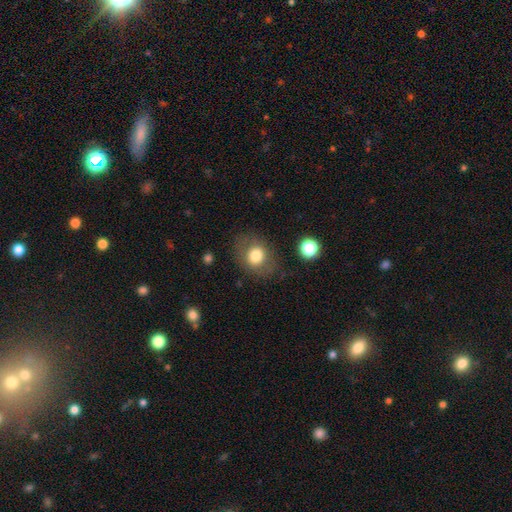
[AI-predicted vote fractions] Smooth or featured? smooth (76%)
How rounded? round (56%)
Merging? none (73%)